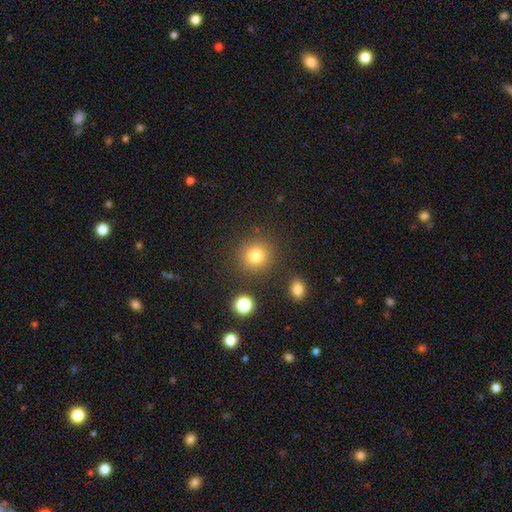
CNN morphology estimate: A smooth galaxy with no disk features (80%) that is round (91%).

Vote fractions:
- Smooth or featured? smooth: 80% / star or artifact: 13% / featured or disk: 7%
- How rounded? round: 91% / in between: 8% / cigar-shaped: 1%
- Merging? none: 85% / minor disturbance: 8% / merger: 4% / major disturbance: 3%